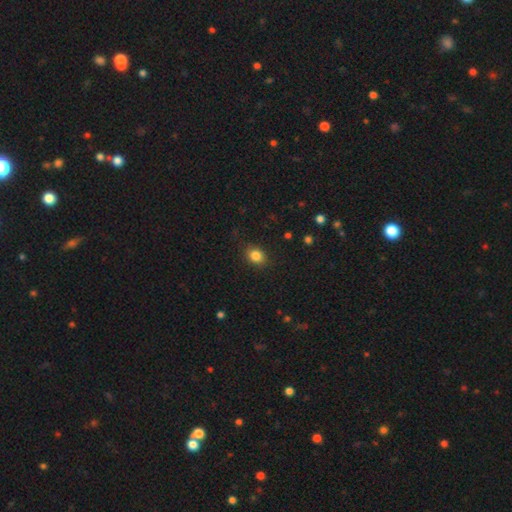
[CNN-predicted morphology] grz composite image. It shows a smooth galaxy with no disk features (84%) that is in between round and cigar-shaped (52%). Merging: none (84%).